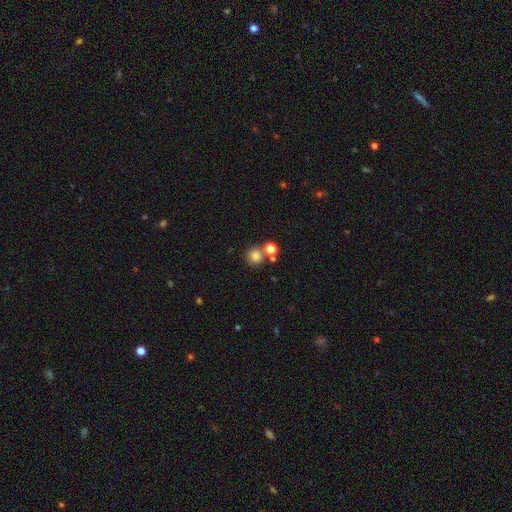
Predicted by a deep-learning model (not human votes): smooth 80%, star or artifact 13%, featured or disk 6%. Down the decision tree: how rounded — round (90%); merging — none (66%).